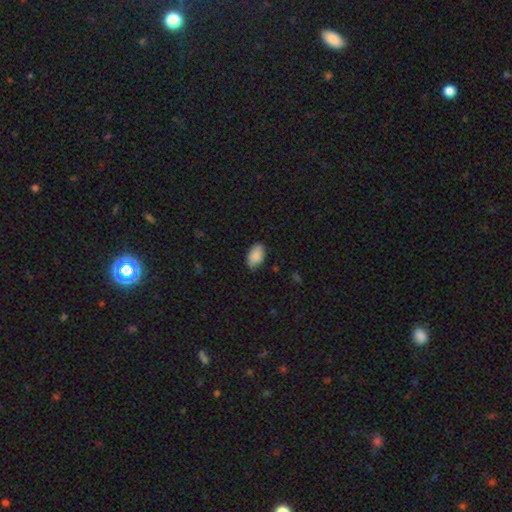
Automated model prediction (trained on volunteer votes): Smooth or featured?
  - smooth: 88% *
  - star or artifact: 7%
  - featured or disk: 6%
How rounded?
  - in between: 91% *
  - round: 8%
  - cigar-shaped: 1%
Merging?
  - none: 73% *
  - minor disturbance: 22%
  - major disturbance: 3%
  - merger: 1%